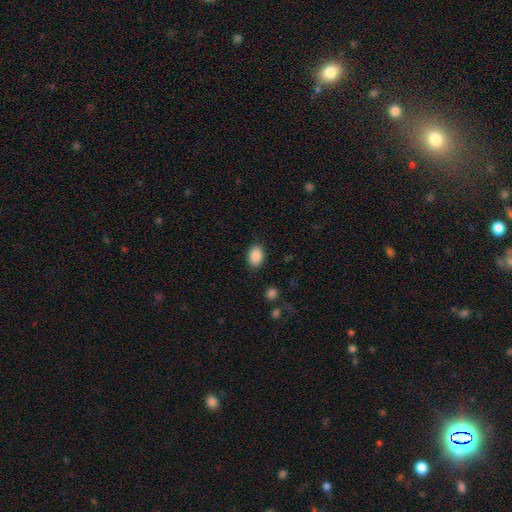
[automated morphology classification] A smooth galaxy with no disk features (89%) that is in between round and cigar-shaped (81%). Merging: none (86%).